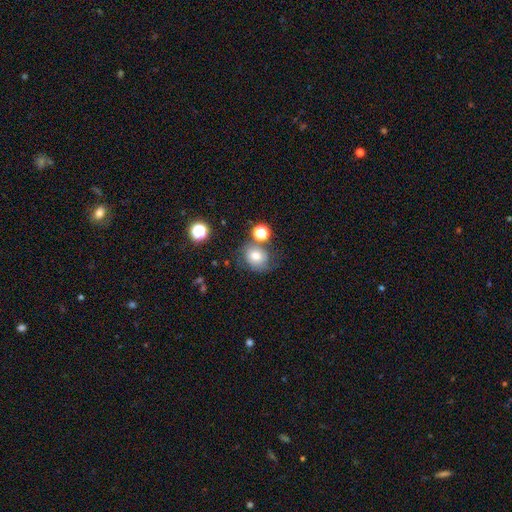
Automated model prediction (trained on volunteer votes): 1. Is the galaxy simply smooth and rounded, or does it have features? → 69% smooth, 16% featured or disk, 14% star or artifact.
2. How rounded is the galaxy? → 67% round, 33% in between, 1% cigar-shaped.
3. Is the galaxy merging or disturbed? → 58% none, 19% minor disturbance, 14% merger, 9% major disturbance.